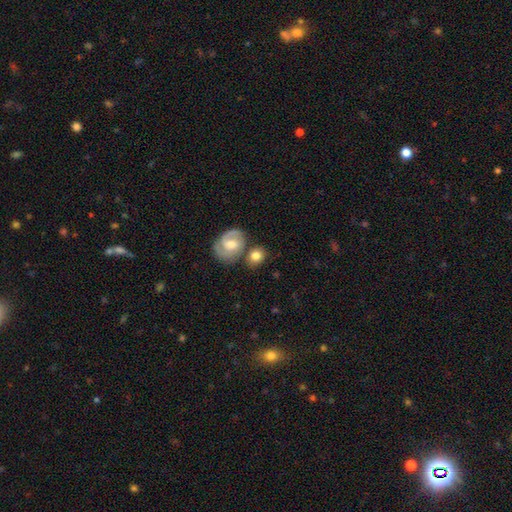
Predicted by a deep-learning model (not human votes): smooth_or_featured: smooth (p=0.73) [alt: featured or disk p=0.20]
how_rounded: round (p=0.61) [alt: in between p=0.38]
merging: none (p=0.61) [alt: merger p=0.22]